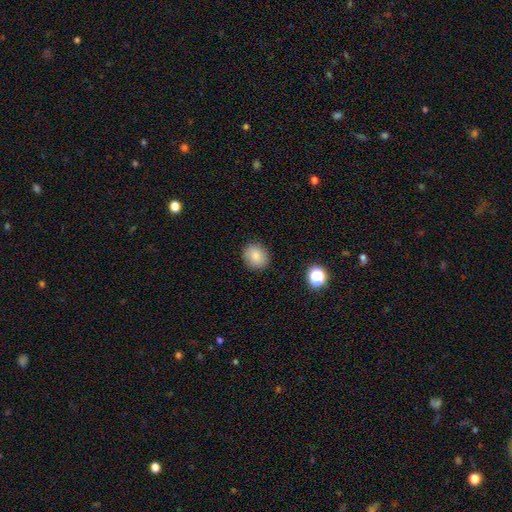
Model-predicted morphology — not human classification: Smooth or featured? smooth (83%)
How rounded? round (74%)
Merging? none (88%)